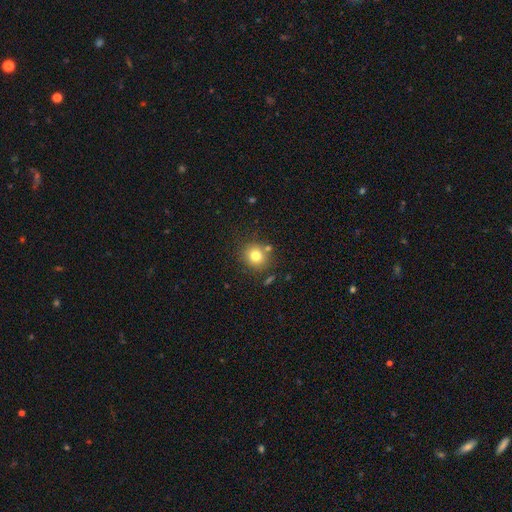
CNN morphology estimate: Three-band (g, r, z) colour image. It shows a smooth galaxy with no disk features (78%) that is round (87%). Merging: none (78%).